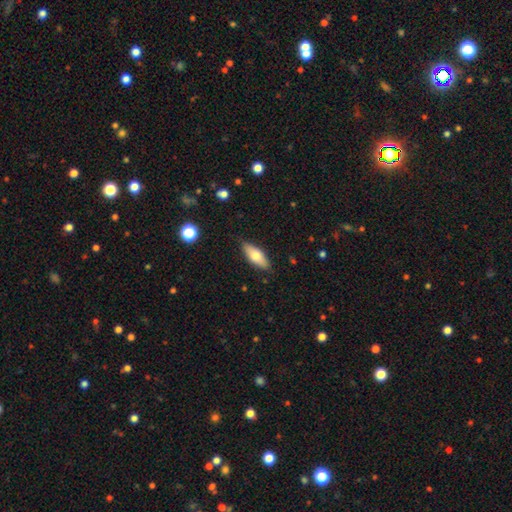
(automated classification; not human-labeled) A smooth galaxy with no disk features (70%) that is in between round and cigar-shaped (74%). Merging: none (84%).